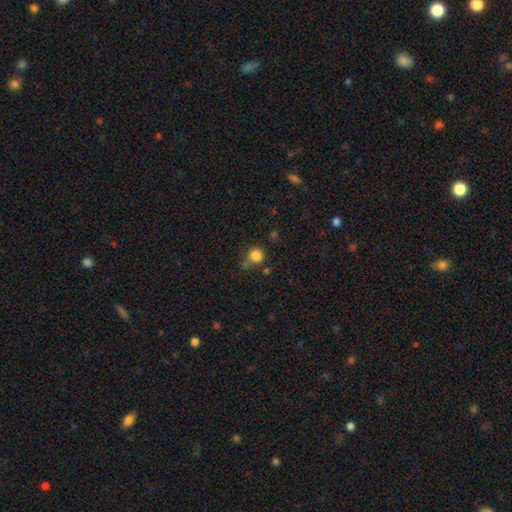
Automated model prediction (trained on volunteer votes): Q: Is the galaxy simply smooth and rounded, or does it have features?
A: smooth — 83%.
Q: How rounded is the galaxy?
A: round — 88%.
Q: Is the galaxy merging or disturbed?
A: none — 69%.